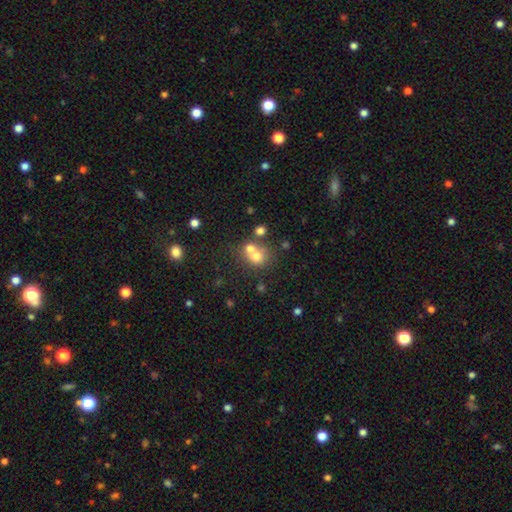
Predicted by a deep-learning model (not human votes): Smooth or featured?
  - smooth: 65% *
  - featured or disk: 20%
  - star or artifact: 15%
How rounded?
  - round: 77% *
  - in between: 22%
  - cigar-shaped: 1%
Merging?
  - merger: 51% *
  - none: 37%
  - minor disturbance: 7%
  - major disturbance: 4%